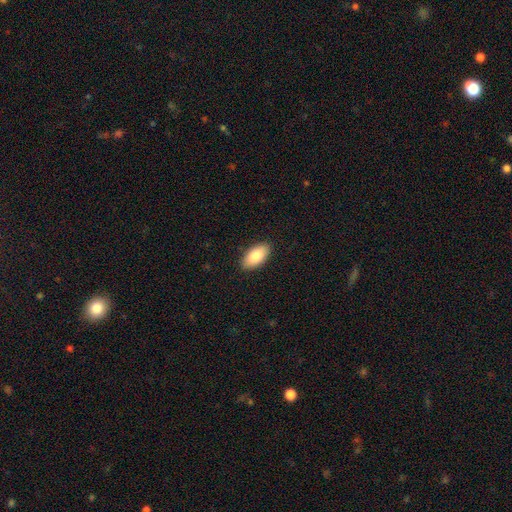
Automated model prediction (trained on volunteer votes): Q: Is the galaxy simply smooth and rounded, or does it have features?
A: smooth — 83%.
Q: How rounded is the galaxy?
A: in between — 93%.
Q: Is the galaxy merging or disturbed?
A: none — 89%.